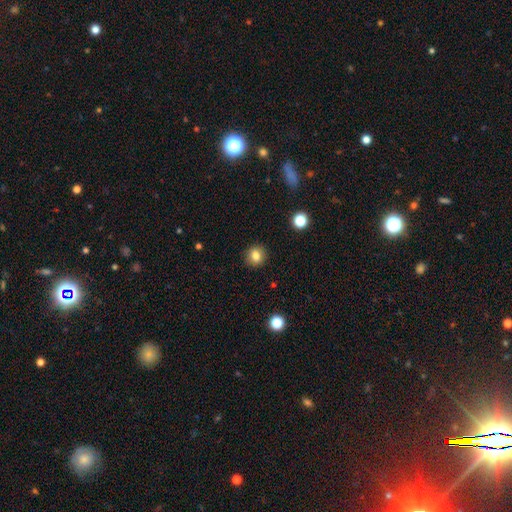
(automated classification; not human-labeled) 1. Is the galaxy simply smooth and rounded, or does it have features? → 82% smooth, 11% star or artifact, 7% featured or disk.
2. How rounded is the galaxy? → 83% round, 16% in between, 1% cigar-shaped.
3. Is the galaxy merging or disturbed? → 90% none, 6% minor disturbance, 2% major disturbance, 1% merger.